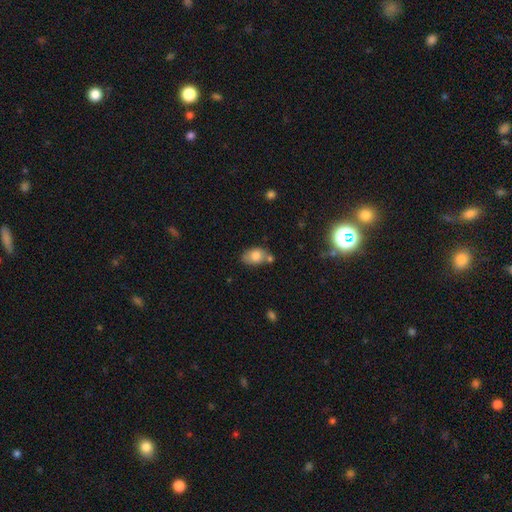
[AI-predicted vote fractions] This is likely a smooth galaxy (79%). How rounded: clearly in between (84%). Merging: possibly none (57%).